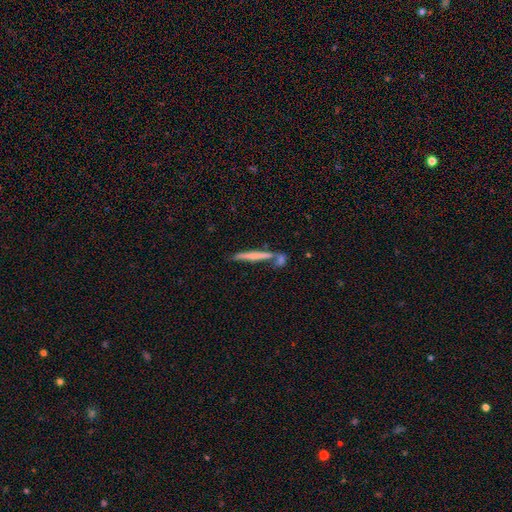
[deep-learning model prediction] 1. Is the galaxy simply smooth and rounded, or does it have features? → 50% smooth, 43% featured or disk, 7% star or artifact.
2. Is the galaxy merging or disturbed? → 67% none, 18% merger, 11% minor disturbance, 3% major disturbance.